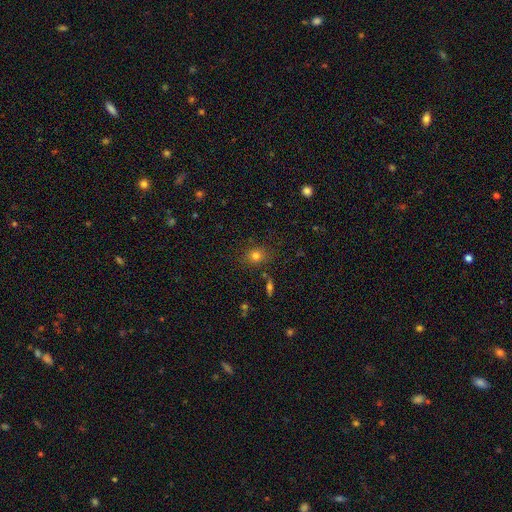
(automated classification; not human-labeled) This is likely a smooth galaxy (77%). How rounded: likely round (63%). Merging: likely none (79%).